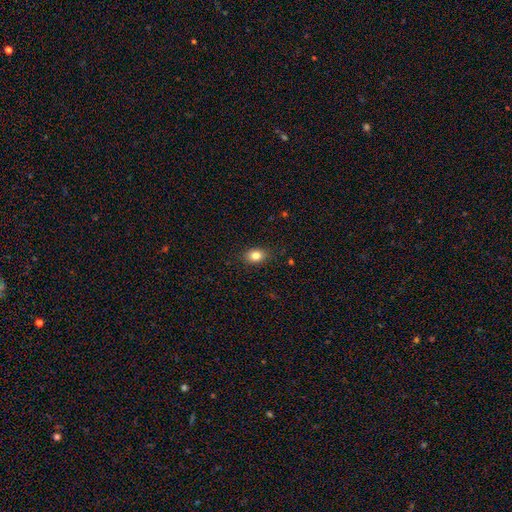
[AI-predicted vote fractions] Smooth or featured? Predicted: smooth (p=0.83). How rounded? Predicted: in between (p=0.69). Merging? Predicted: none (p=0.86).